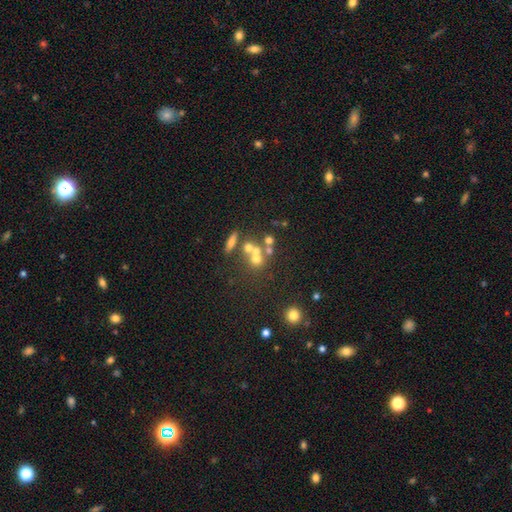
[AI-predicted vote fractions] The model was most divided on "merging": merger: 43%, none: 41%, minor disturbance: 9%, major disturbance: 7%. Remaining: smooth or featured — smooth (47%).